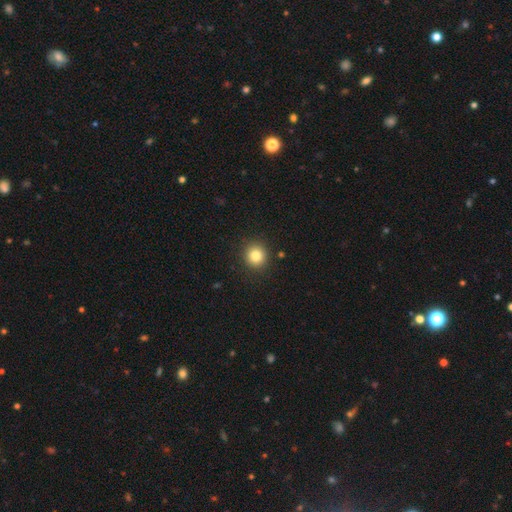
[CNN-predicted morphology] A smooth galaxy with no disk features (83%) that is round (92%).

Vote fractions:
- Smooth or featured? smooth: 83% / star or artifact: 11% / featured or disk: 6%
- How rounded? round: 92% / in between: 7% / cigar-shaped: 1%
- Merging? none: 90% / minor disturbance: 6% / major disturbance: 2% / merger: 1%